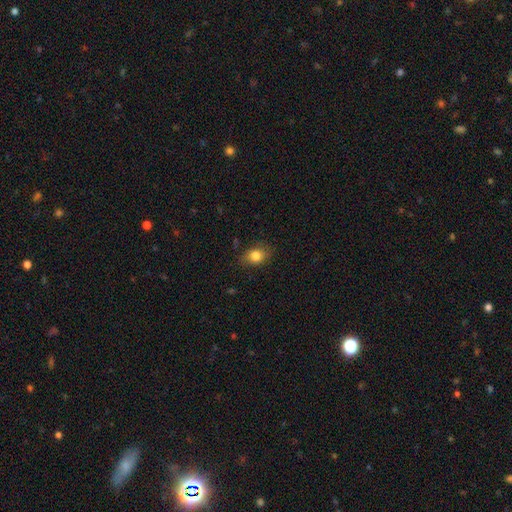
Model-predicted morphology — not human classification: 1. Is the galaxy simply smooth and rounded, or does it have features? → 83% smooth, 10% star or artifact, 8% featured or disk.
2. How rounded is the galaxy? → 62% in between, 36% round, 1% cigar-shaped.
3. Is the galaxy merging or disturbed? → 77% none, 17% minor disturbance, 4% major disturbance, 1% merger.